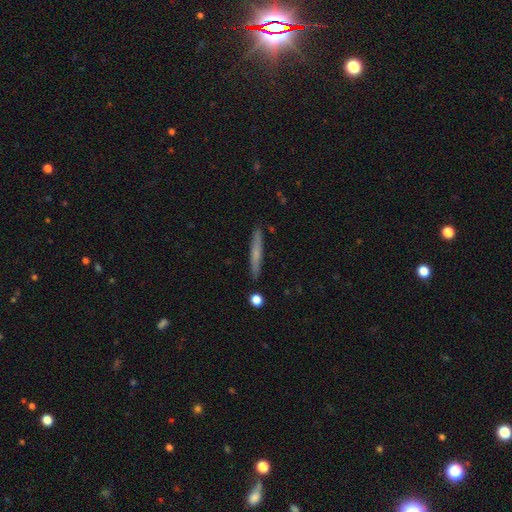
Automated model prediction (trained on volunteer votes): A smooth galaxy with no disk features (54%) that is cigar-shaped (95%).

Vote fractions:
- Smooth or featured? smooth: 54% / featured or disk: 39% / star or artifact: 7%
- How rounded? cigar-shaped: 95% / in between: 3% / round: 2%
- Merging? none: 89% / minor disturbance: 8% / merger: 2% / major disturbance: 2%